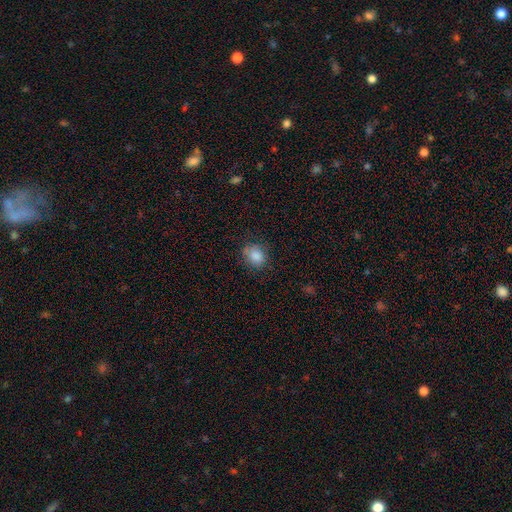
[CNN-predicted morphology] This is clearly a smooth galaxy (85%). How rounded: likely round (63%). Merging: likely none (73%).